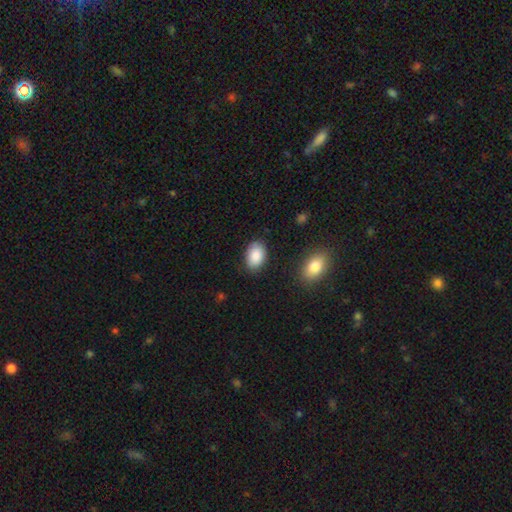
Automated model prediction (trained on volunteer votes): A smooth galaxy with no disk features (88%) that is in between round and cigar-shaped (89%). Merging: none (84%).